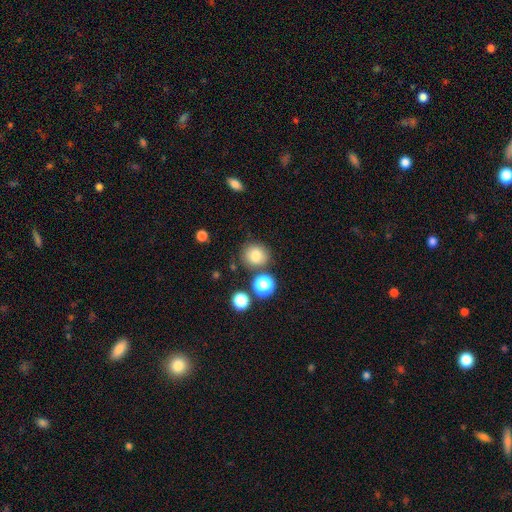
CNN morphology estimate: A smooth galaxy with no disk features (78%) that is round (80%).

Vote fractions:
- Smooth or featured? smooth: 78% / star or artifact: 13% / featured or disk: 9%
- How rounded? round: 80% / in between: 19% / cigar-shaped: 1%
- Merging? none: 76% / minor disturbance: 12% / merger: 8% / major disturbance: 4%